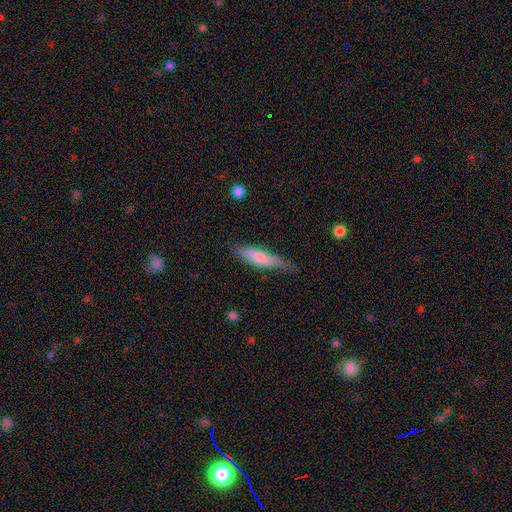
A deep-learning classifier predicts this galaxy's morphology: Q: Smooth or featured?
A: smooth (72%); runner-up: featured or disk (22%)
Q: How rounded?
A: cigar-shaped (75%); runner-up: in between (23%)
Q: Merging?
A: none (65%); runner-up: minor disturbance (27%)